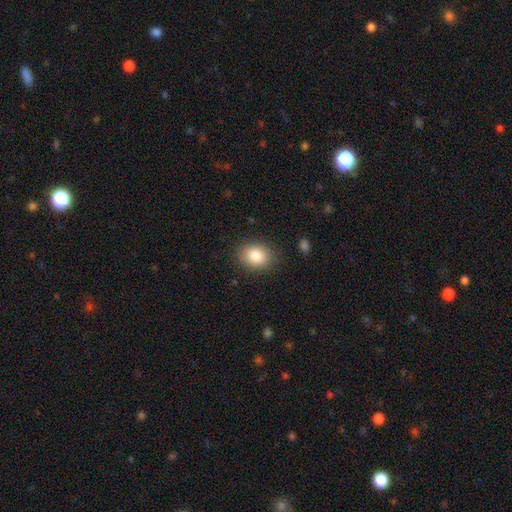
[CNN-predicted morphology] type=smooth (84%); roundness=in between (52%); merging=none (86%).